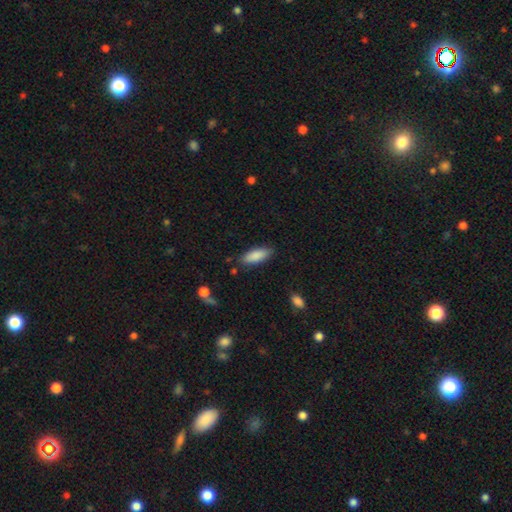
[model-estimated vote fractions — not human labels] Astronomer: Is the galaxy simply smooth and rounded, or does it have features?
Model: smooth — 87%.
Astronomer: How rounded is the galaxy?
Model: in between — 69%.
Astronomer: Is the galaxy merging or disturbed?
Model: none — 83%.